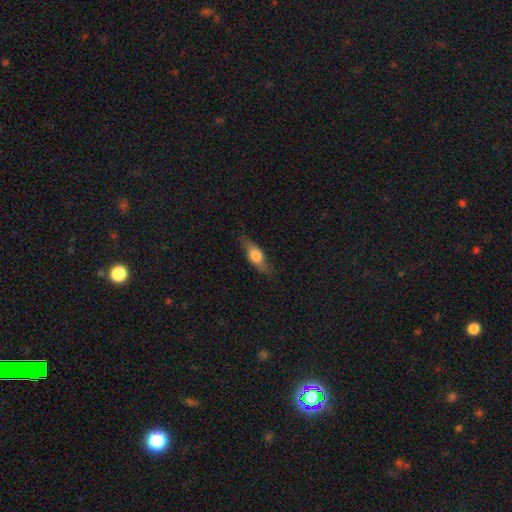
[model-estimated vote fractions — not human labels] A smooth galaxy with no disk features (57%) that is in between round and cigar-shaped (60%). Merging: none (76%).